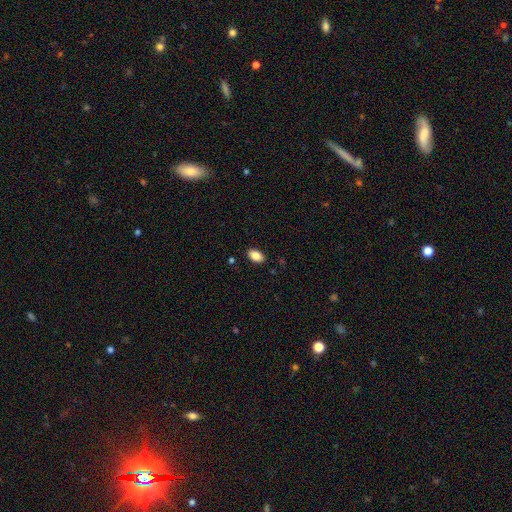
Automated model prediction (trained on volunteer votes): A smooth galaxy with no disk features (86%) that is in between round and cigar-shaped (91%). Merging: none (88%).